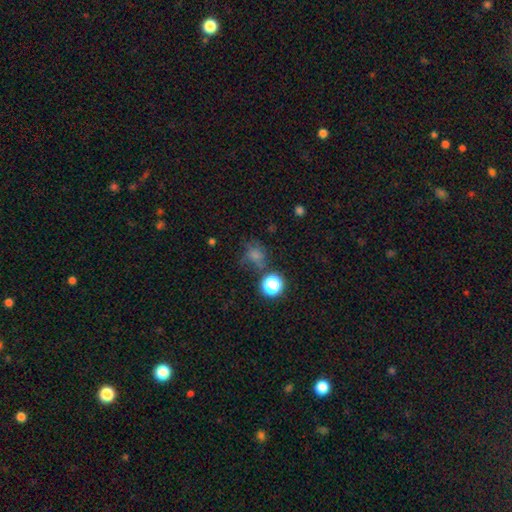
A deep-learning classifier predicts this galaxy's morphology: This is likely a smooth galaxy (63%). How rounded: likely round (67%). Merging: possibly none (51%).